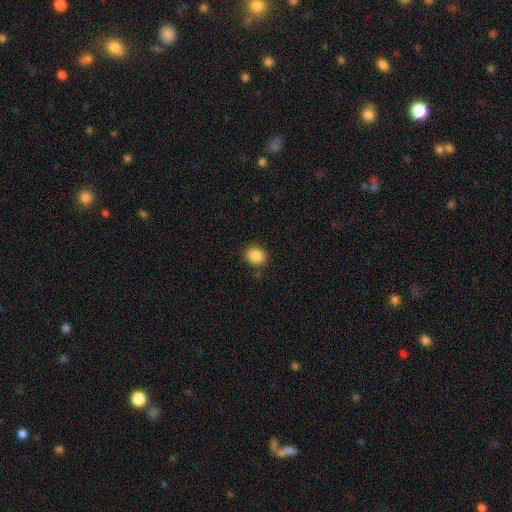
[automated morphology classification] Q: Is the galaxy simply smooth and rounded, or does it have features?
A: smooth — 88%.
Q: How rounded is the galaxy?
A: round — 59%.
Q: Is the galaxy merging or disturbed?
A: none — 86%.